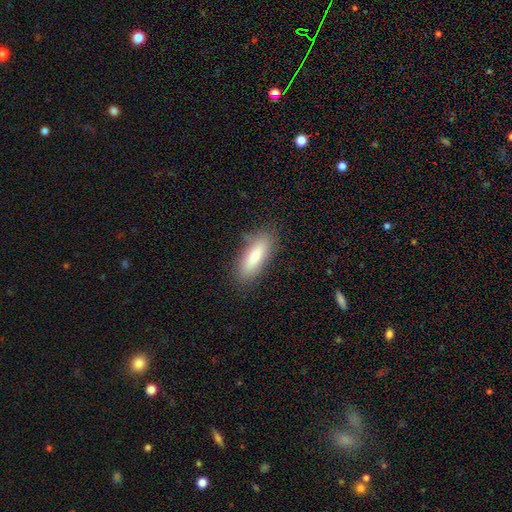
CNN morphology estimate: This appears to be a smooth galaxy with no disk features (81%) that is in between round and cigar-shaped (57%). Merging: none (84%).